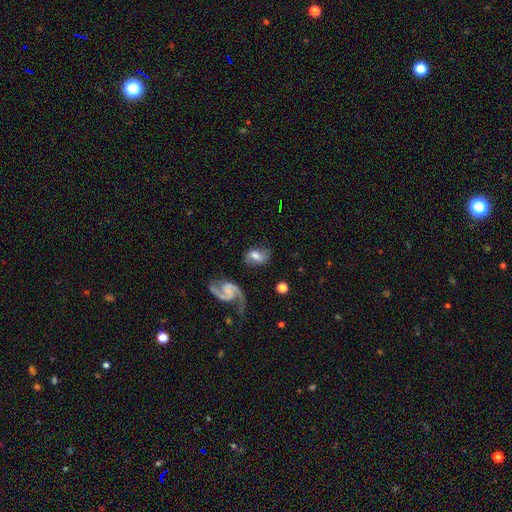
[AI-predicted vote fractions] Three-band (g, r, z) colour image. It shows a featured or disk galaxy (54%) with a weak bar (46%), spiral arms (85%) and a moderate central bulge (44%). Merging: none (63%).